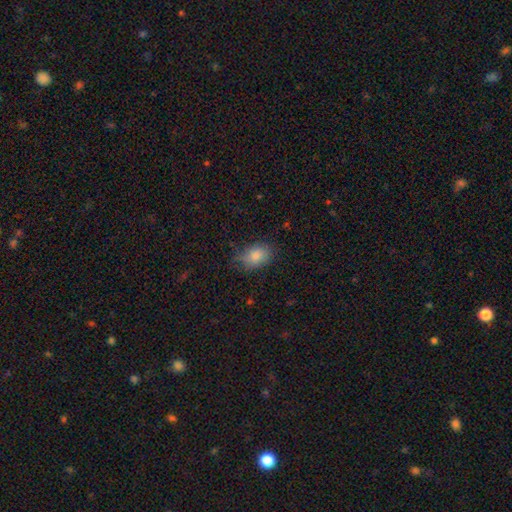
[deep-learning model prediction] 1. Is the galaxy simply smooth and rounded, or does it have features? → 85% smooth, 8% star or artifact, 7% featured or disk.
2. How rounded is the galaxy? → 82% in between, 17% round, 1% cigar-shaped.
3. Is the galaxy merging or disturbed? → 66% none, 26% minor disturbance, 7% major disturbance, 2% merger.